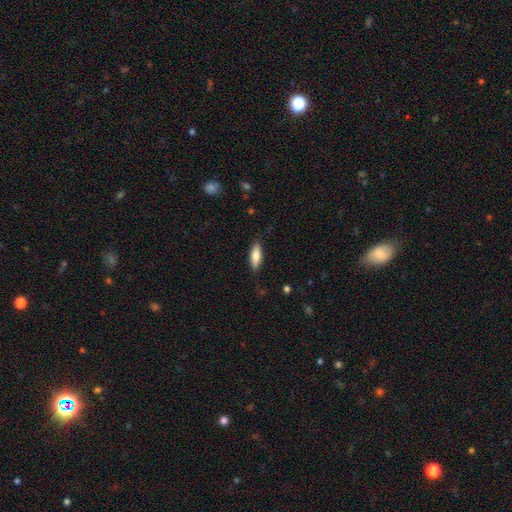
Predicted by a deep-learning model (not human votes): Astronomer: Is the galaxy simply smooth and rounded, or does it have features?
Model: smooth — 76%.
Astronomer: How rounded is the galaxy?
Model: in between — 63%.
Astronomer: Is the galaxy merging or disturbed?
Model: none — 86%.